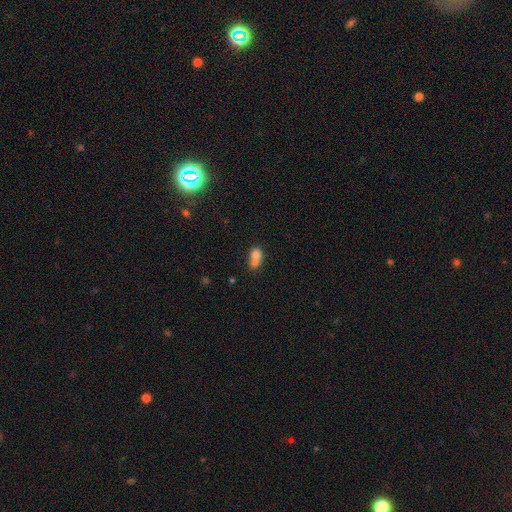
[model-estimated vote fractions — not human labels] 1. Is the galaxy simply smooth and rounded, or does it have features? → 72% smooth, 17% featured or disk, 11% star or artifact.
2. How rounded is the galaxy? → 60% round, 38% in between, 1% cigar-shaped.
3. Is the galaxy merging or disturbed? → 66% merger, 23% none, 8% minor disturbance, 4% major disturbance.